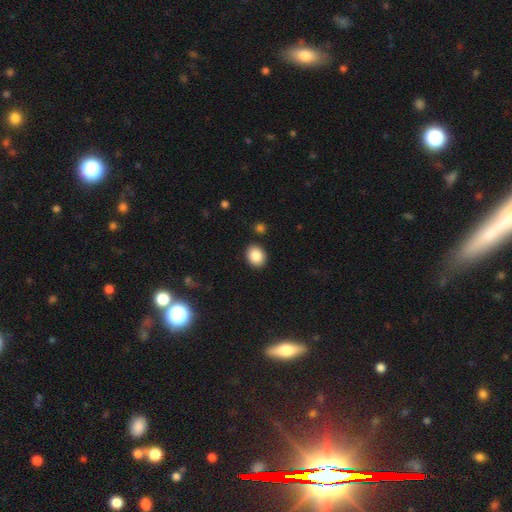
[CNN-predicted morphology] smooth 86%, star or artifact 8%, featured or disk 5%. Down the decision tree: how rounded — round (56%); merging — none (89%).